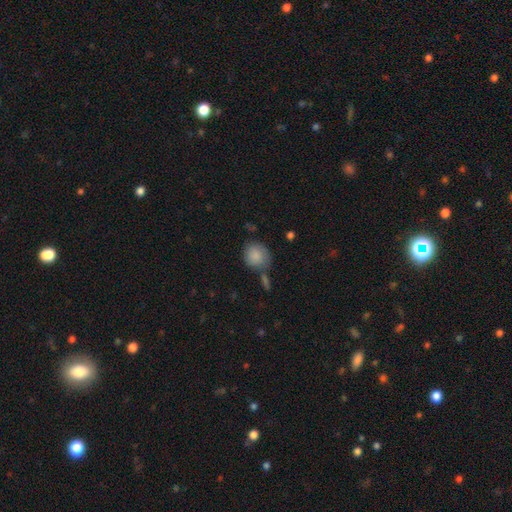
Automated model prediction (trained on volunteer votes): Morphology: type=smooth (87%); roundness=round (77%); merging=none (61%).